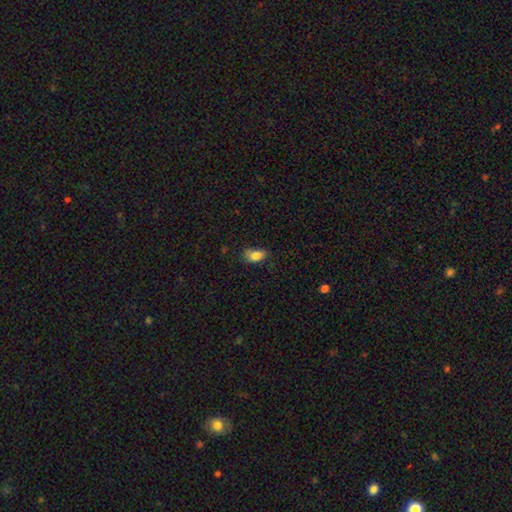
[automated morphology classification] Overall: smooth (84%). How rounded: in between (88%). Merging: none (61%; minor disturbance 29%).